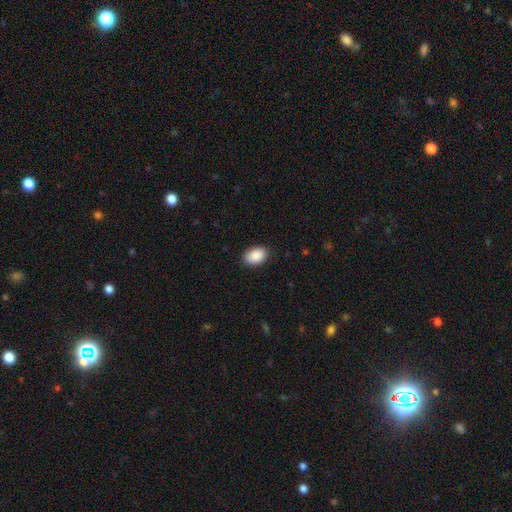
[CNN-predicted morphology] type=smooth (90%); roundness=in between (88%); merging=none (89%).